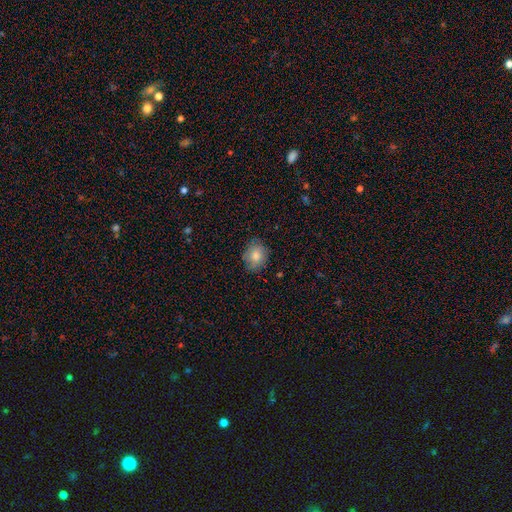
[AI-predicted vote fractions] Q: Smooth or featured?
A: smooth (82%); runner-up: featured or disk (10%)
Q: How rounded?
A: round (54%); runner-up: in between (45%)
Q: Merging?
A: none (82%); runner-up: minor disturbance (14%)